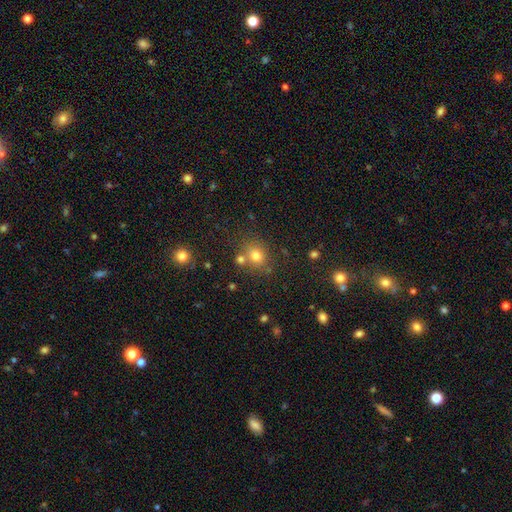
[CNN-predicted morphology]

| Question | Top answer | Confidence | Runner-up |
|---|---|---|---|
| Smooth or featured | smooth | 74% | star or artifact (17%) |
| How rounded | round | 73% | in between (26%) |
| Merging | none | 69% | merger (17%) |